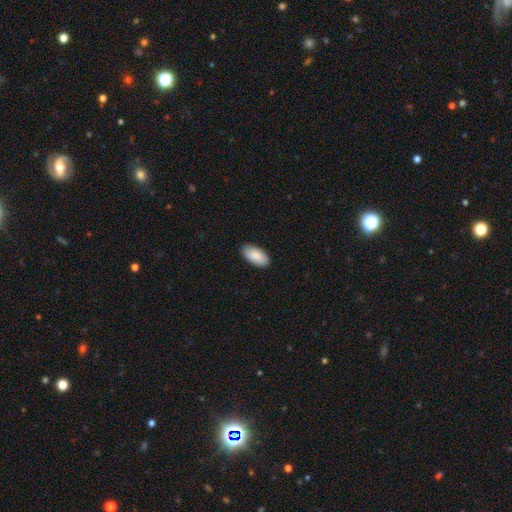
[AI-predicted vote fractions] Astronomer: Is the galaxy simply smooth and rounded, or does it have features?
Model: smooth — 89%.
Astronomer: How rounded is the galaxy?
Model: in between — 95%.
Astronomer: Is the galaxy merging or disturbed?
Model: none — 88%.